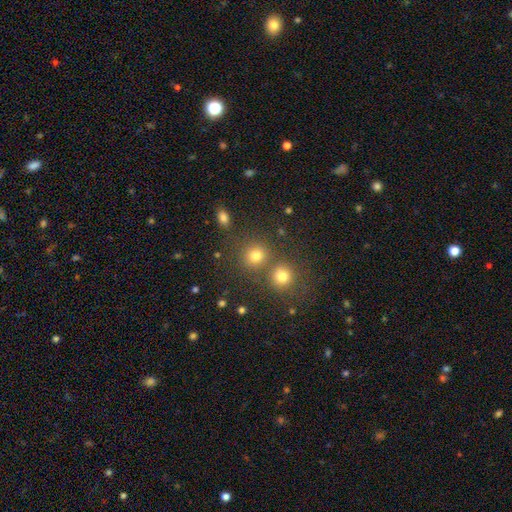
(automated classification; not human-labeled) This is likely a smooth galaxy (77%). How rounded: clearly round (86%). Merging: likely none (69%).